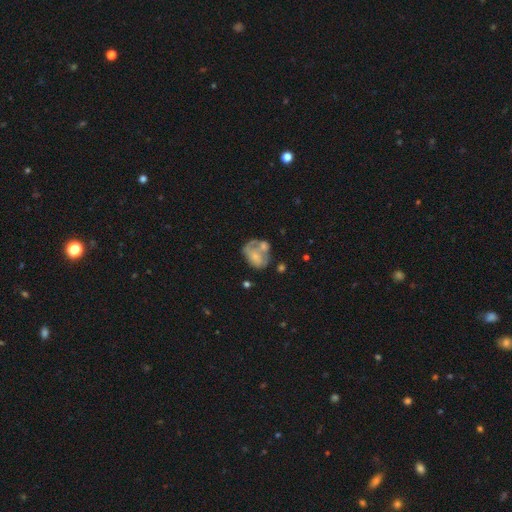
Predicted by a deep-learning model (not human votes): A featured or disk galaxy (48%).

Vote fractions:
- Smooth or featured? featured or disk: 48% / smooth: 43% / star or artifact: 9%
- Merging? merger: 31% / none: 26% / major disturbance: 24% / minor disturbance: 19%